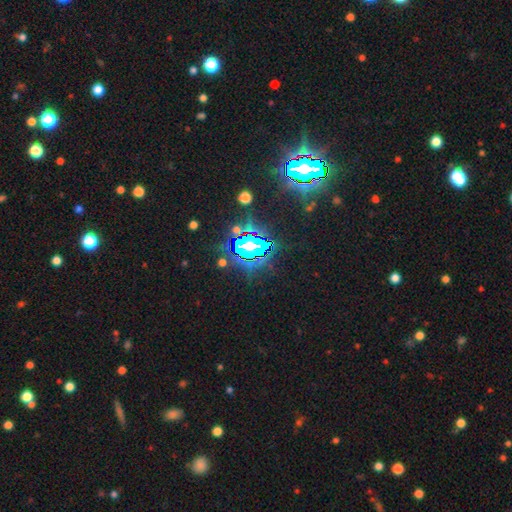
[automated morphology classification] This is clearly a star or artifact rather than a galaxy (82%).